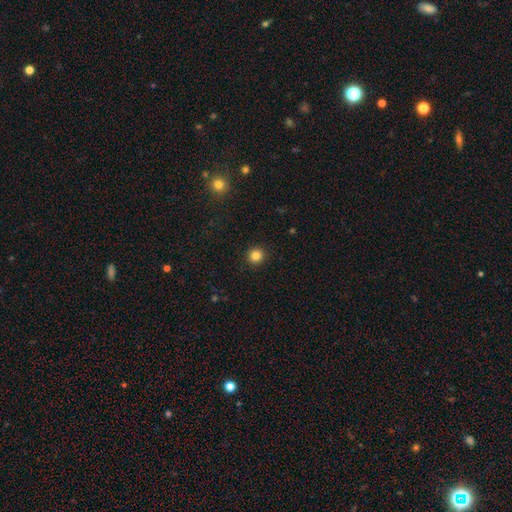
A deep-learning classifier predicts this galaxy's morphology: This is clearly a smooth galaxy (83%). How rounded: clearly round (94%). Merging: clearly none (93%).